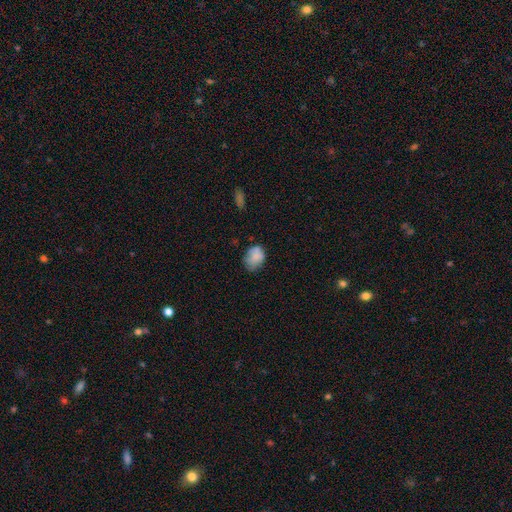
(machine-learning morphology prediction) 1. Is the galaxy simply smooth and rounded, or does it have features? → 76% smooth, 15% featured or disk, 9% star or artifact.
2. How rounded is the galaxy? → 67% in between, 32% round, 1% cigar-shaped.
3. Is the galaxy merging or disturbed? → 56% none, 30% minor disturbance, 11% major disturbance, 3% merger.